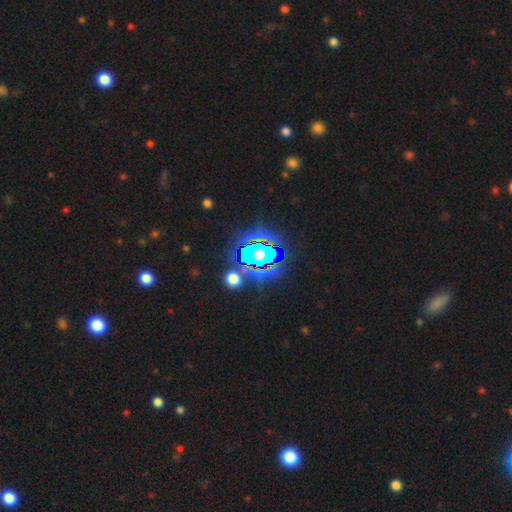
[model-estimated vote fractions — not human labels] A star or artifact, not a galaxy (73%).

Vote fractions:
- Smooth or featured? star or artifact: 73% / smooth: 16% / featured or disk: 11%